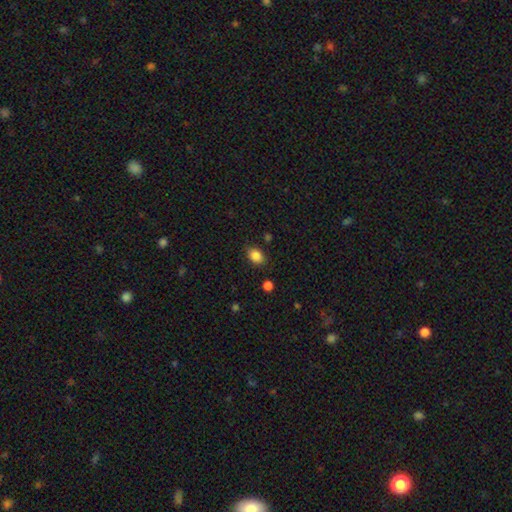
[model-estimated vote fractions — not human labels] Smooth or featured? Predicted: smooth (p=0.86). How rounded? Predicted: in between (p=0.73). Merging? Predicted: none (p=0.84).